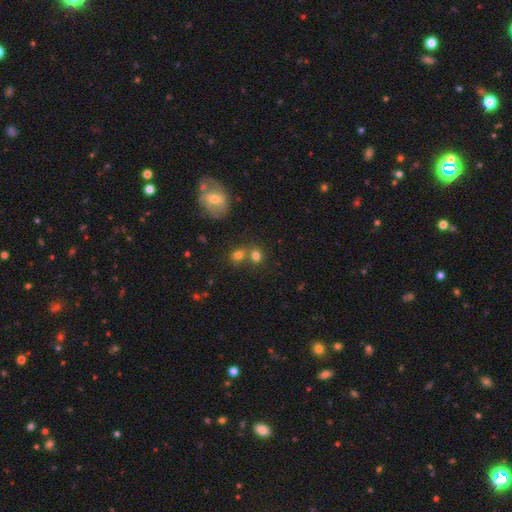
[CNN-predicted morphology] This appears to be a smooth galaxy with no disk features (75%) that is round (66%). Merging: none (47%).